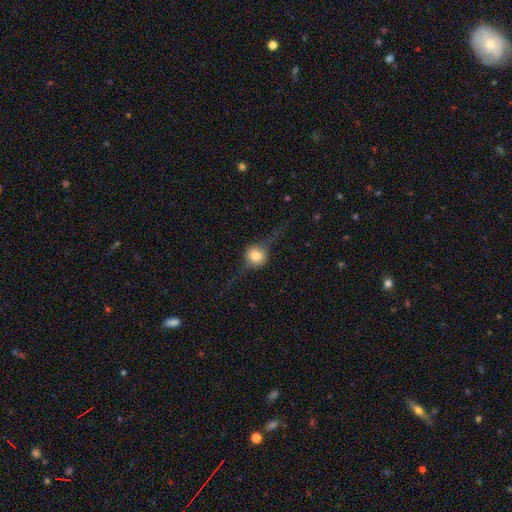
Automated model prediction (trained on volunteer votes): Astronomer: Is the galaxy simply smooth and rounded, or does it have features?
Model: featured or disk — 55% (runner-up: smooth, 35%).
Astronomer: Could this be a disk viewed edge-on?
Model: yes — 87%.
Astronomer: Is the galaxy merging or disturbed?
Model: none — 72%.